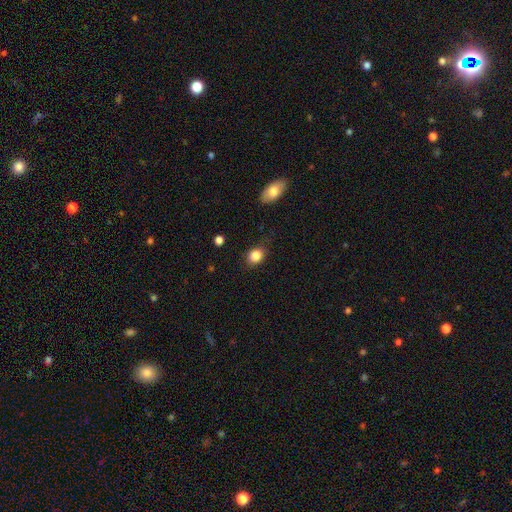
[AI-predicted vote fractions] A smooth galaxy with no disk features (85%) that is round (49%, tied with in between). Merging: none (81%).